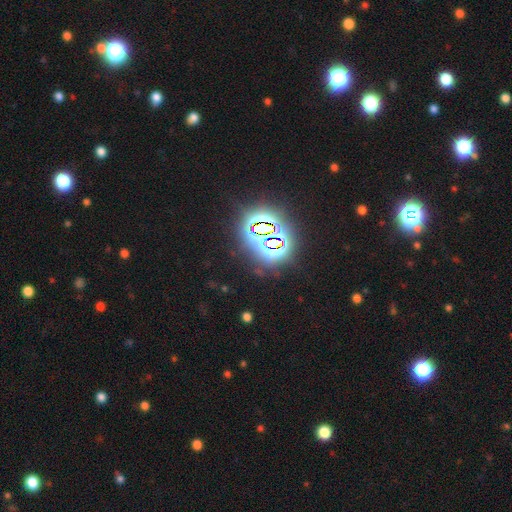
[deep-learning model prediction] smooth-or-featured: star or artifact: 74% | smooth: 18% | featured or disk: 7%